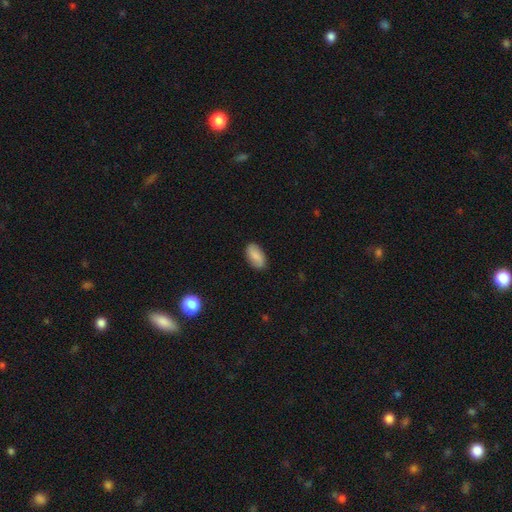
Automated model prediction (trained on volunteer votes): Smooth or featured?
  - smooth: 74% *
  - featured or disk: 19%
  - star or artifact: 7%
How rounded?
  - in between: 93% *
  - cigar-shaped: 4%
  - round: 4%
Merging?
  - none: 86% *
  - minor disturbance: 11%
  - major disturbance: 2%
  - merger: 1%